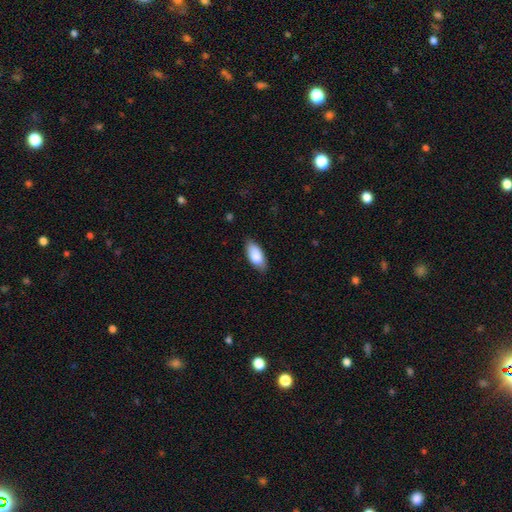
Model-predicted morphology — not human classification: smooth 85%, featured or disk 9%, star or artifact 6%. Down the decision tree: how rounded — in between (89%); merging — none (82%).